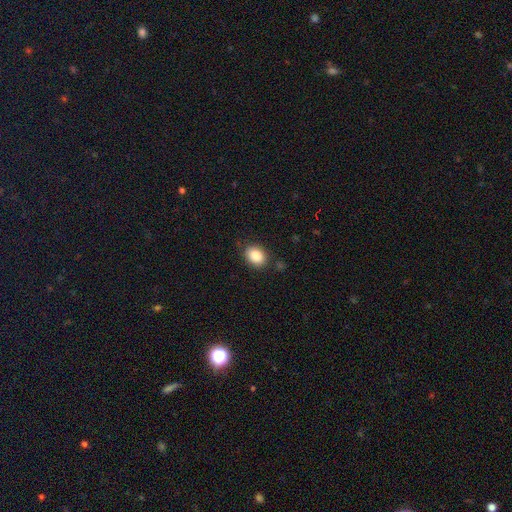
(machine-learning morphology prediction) smooth 86%, star or artifact 8%, featured or disk 6%. Down the decision tree: how rounded — in between (65%); merging — none (85%).